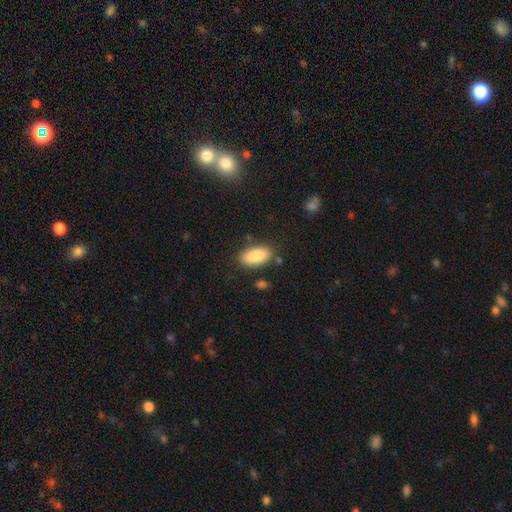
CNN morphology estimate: A smooth galaxy with no disk features (86%) that is in between round and cigar-shaped (93%). Merging: none (81%).